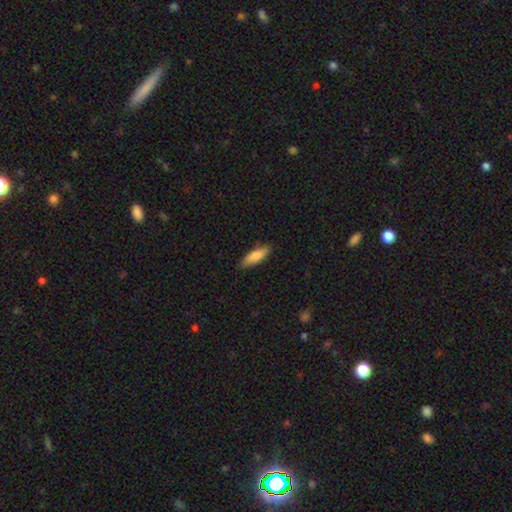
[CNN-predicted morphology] This is clearly a smooth galaxy (85%). How rounded: possibly in between (52%). Merging: clearly none (84%).